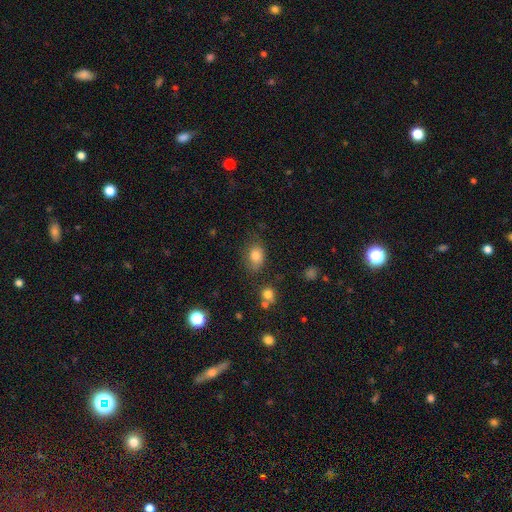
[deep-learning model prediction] Smooth or featured? Predicted: smooth (p=0.81). How rounded? Predicted: in between (p=0.67). Merging? Predicted: none (p=0.69).